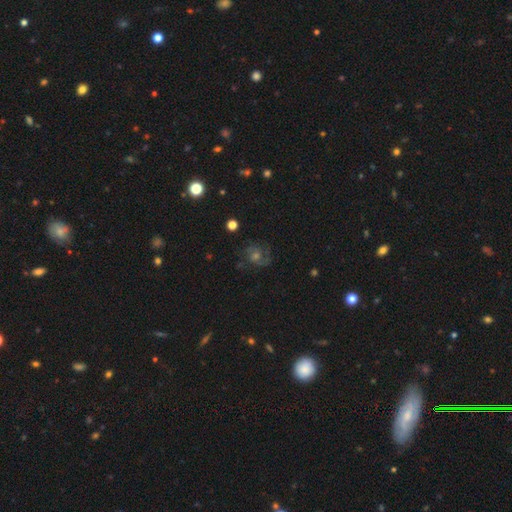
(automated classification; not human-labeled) Smooth or featured: featured or disk — 56% (star or artifact — 24%)
Edge-on disk: no — 97% (yes — 3%)
Bar: no — 70% (weak — 25%)
Spiral arms: yes — 88% (no — 12%)
Bulge size: moderate — 53% (small — 33%)
Merging: none — 75% (minor disturbance — 15%)